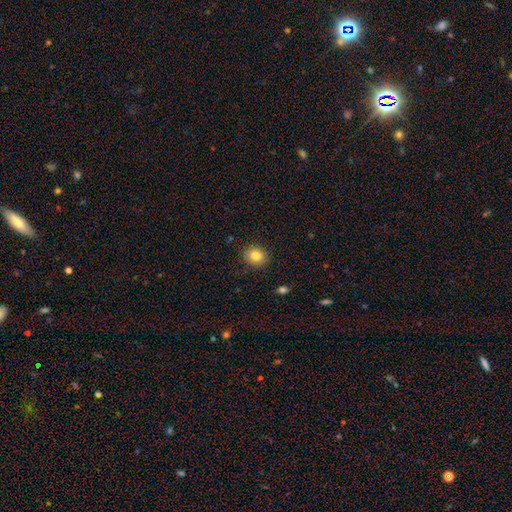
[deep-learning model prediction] A smooth galaxy with no disk features (82%) that is round (68%).

Vote fractions:
- Smooth or featured? smooth: 82% / star or artifact: 10% / featured or disk: 8%
- How rounded? round: 68% / in between: 31% / cigar-shaped: 1%
- Merging? none: 89% / minor disturbance: 8% / major disturbance: 2% / merger: 1%